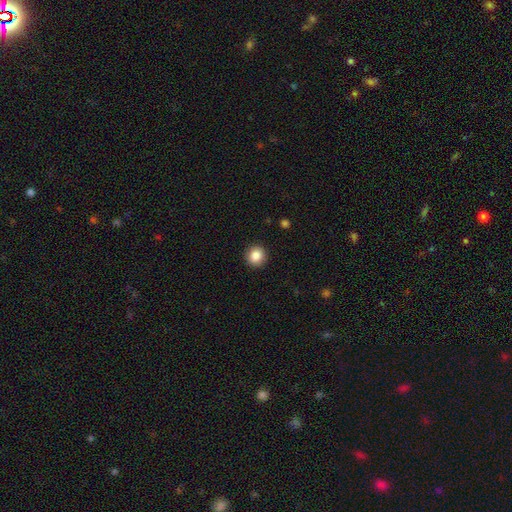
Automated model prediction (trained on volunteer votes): Smooth or featured?
  - smooth: 86% *
  - star or artifact: 9%
  - featured or disk: 5%
How rounded?
  - round: 94% *
  - in between: 5%
  - cigar-shaped: 1%
Merging?
  - none: 93% *
  - minor disturbance: 5%
  - major disturbance: 2%
  - merger: 1%